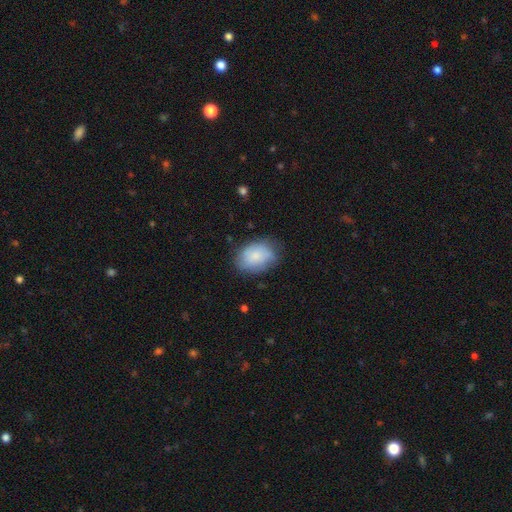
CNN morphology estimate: Q: Smooth or featured?
A: smooth (74%); runner-up: featured or disk (18%)
Q: How rounded?
A: in between (77%); runner-up: round (21%)
Q: Merging?
A: none (65%); runner-up: minor disturbance (26%)